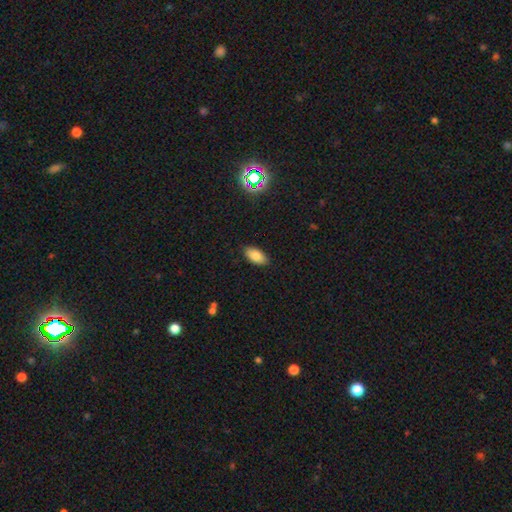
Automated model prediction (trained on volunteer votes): This is likely a smooth galaxy (80%). How rounded: clearly in between (92%). Merging: clearly none (87%).